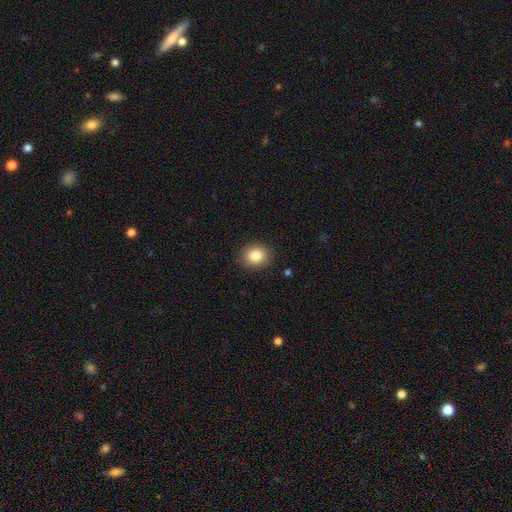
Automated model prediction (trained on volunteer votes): smooth-or-featured: smooth: 85% | star or artifact: 9% | featured or disk: 6%
  how-rounded: round: 76% | in between: 24% | cigar-shaped: 1%
  merging: none: 90% | minor disturbance: 7% | major disturbance: 2% | merger: 1%